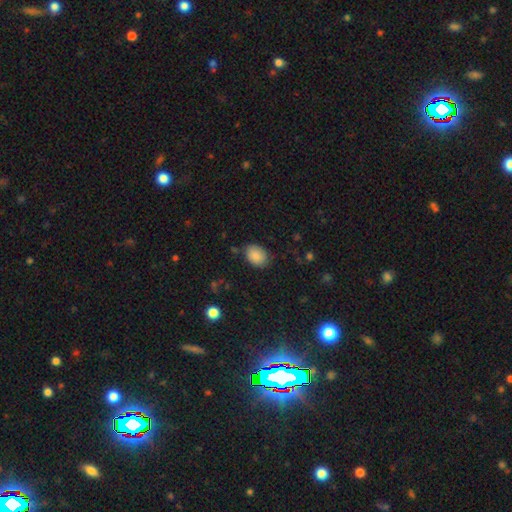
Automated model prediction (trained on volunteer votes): Smooth or featured? Predicted: smooth (p=0.87). How rounded? Predicted: in between (p=0.73). Merging? Predicted: none (p=0.77).